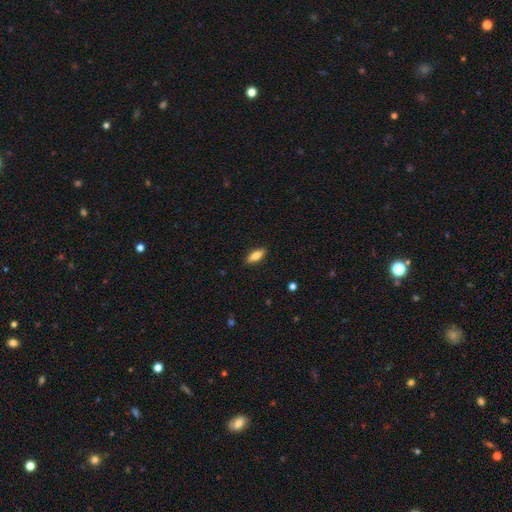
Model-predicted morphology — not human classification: type=smooth (74%); roundness=in between (66%); merging=none (89%).